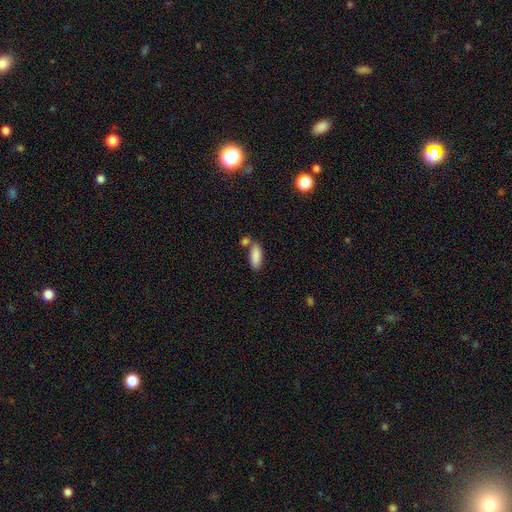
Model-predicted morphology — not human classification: smooth_or_featured: smooth (p=0.88) [alt: star or artifact p=0.06]
how_rounded: in between (p=0.78) [alt: cigar-shaped p=0.20]
merging: none (p=0.61) [alt: merger p=0.23]